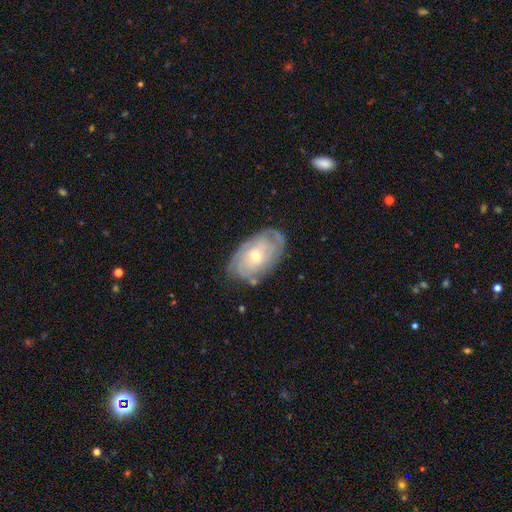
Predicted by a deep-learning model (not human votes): Overall: featured or disk (77%). Edge-on disk: no (95%). Bar: no (74%). Spiral arms: yes (88%). Spiral arm count: can't tell (46%; 2 20%). Spiral winding: tight (73%). Bulge size: small (54%; moderate 43%). Merging: none (75%).